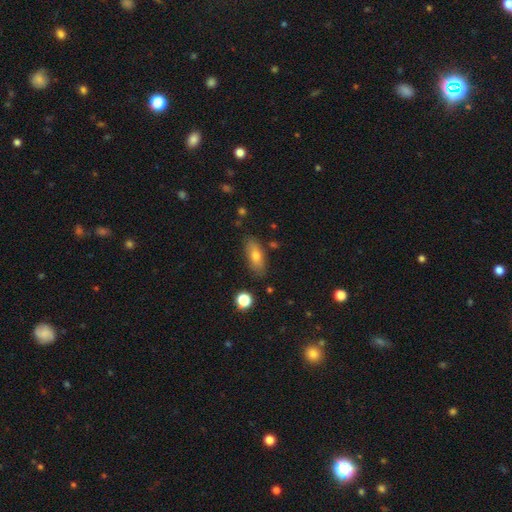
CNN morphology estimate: This is likely a smooth galaxy (72%). How rounded: likely in between (79%). Merging: clearly none (81%).